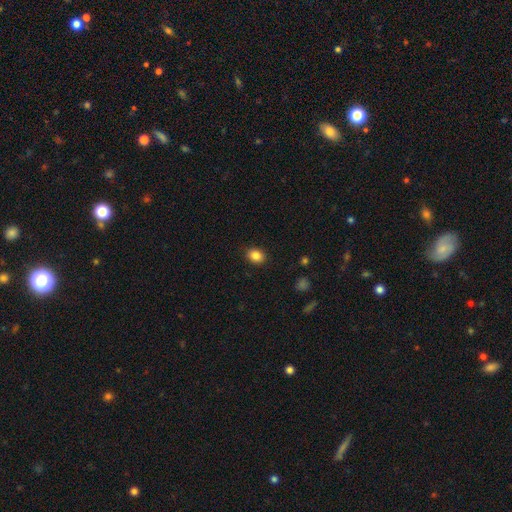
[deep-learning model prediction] Overall: smooth (86%). How rounded: in between (56%; round 43%). Merging: none (89%).